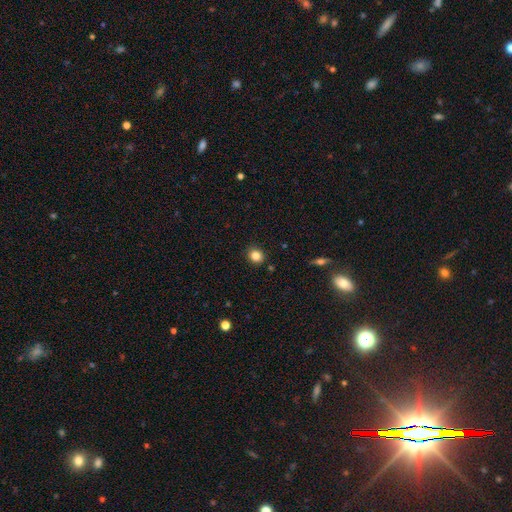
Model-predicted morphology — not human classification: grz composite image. It shows a smooth galaxy with no disk features (84%) that is round (79%). Merging: none (89%).